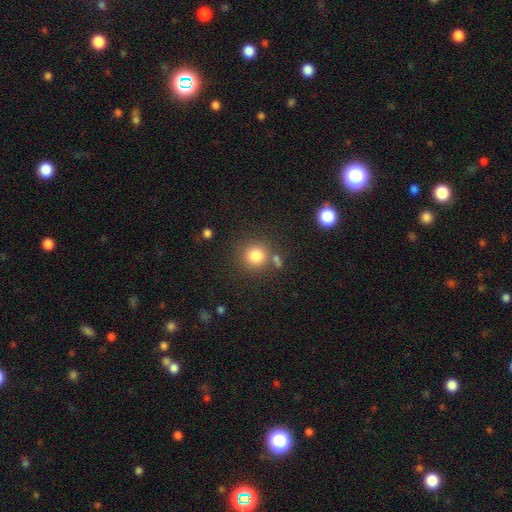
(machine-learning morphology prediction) A smooth galaxy with no disk features (82%) that is round (91%).

Vote fractions:
- Smooth or featured? smooth: 82% / star or artifact: 12% / featured or disk: 6%
- How rounded? round: 91% / in between: 8% / cigar-shaped: 1%
- Merging? none: 77% / merger: 10% / minor disturbance: 9% / major disturbance: 4%